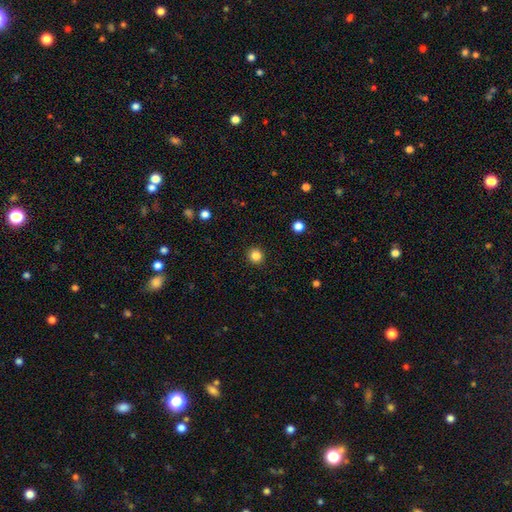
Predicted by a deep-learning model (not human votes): A smooth galaxy with no disk features (84%) that is round (91%). Merging: none (92%).